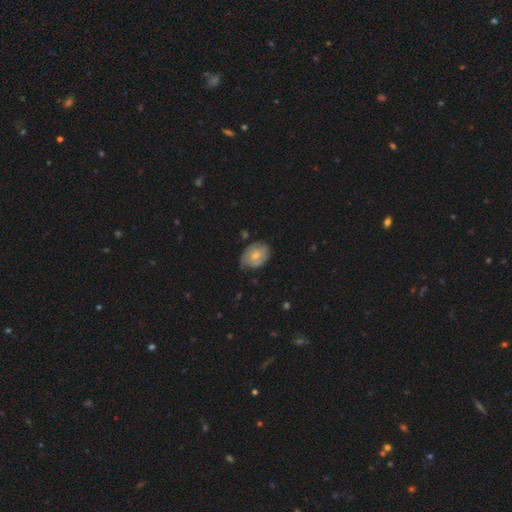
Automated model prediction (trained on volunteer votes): A featured or disk galaxy (47%). Merging: none (60%).